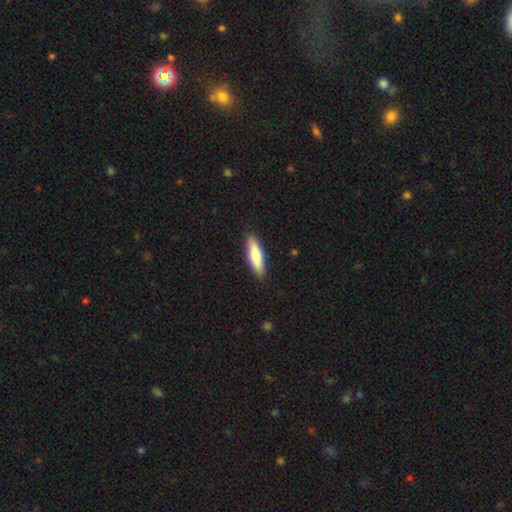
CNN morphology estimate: This appears to be a smooth galaxy with no disk features (76%) that is cigar-shaped (61%). Merging: none (87%).